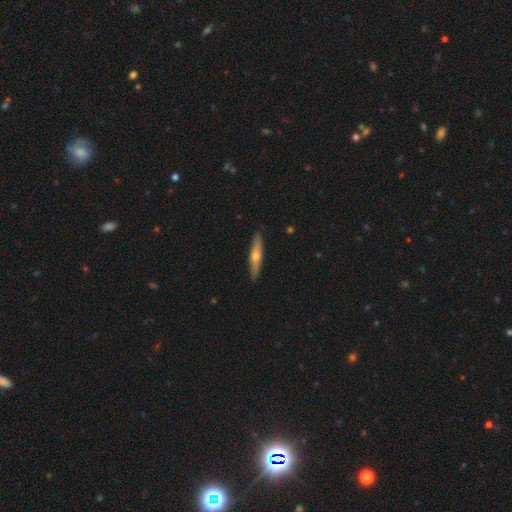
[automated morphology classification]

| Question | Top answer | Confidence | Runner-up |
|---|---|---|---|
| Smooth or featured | featured or disk | 48% | smooth (47%) |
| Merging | none | 91% | minor disturbance (7%) |